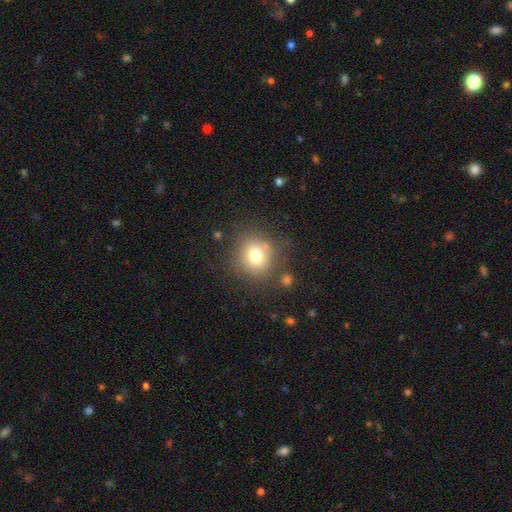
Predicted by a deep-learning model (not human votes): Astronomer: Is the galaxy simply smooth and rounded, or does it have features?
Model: smooth — 75%.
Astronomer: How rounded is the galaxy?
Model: round — 86%.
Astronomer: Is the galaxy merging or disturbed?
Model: none — 78%.